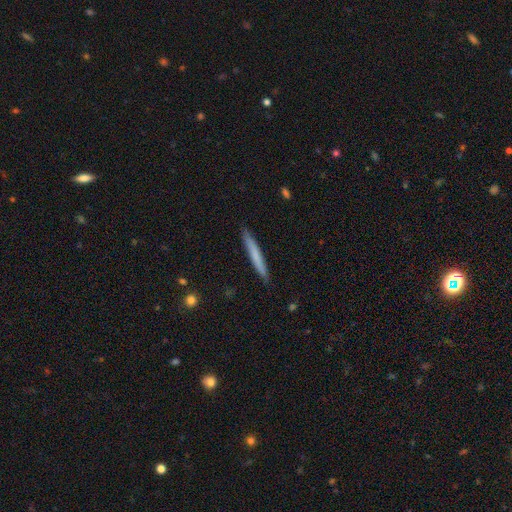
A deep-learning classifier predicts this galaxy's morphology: Q: Smooth or featured?
A: smooth (65%); runner-up: featured or disk (29%)
Q: How rounded?
A: cigar-shaped (96%); runner-up: in between (2%)
Q: Merging?
A: none (90%); runner-up: minor disturbance (7%)